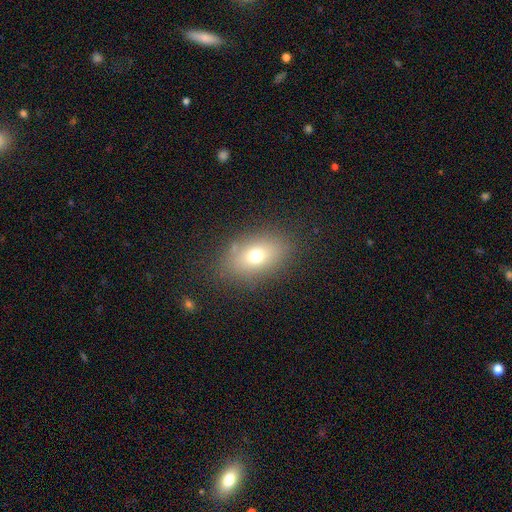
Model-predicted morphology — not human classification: smooth-or-featured: smooth: 70% | featured or disk: 17% | star or artifact: 13%
  how-rounded: in between: 80% | round: 18% | cigar-shaped: 2%
  merging: none: 82% | minor disturbance: 11% | major disturbance: 5% | merger: 2%